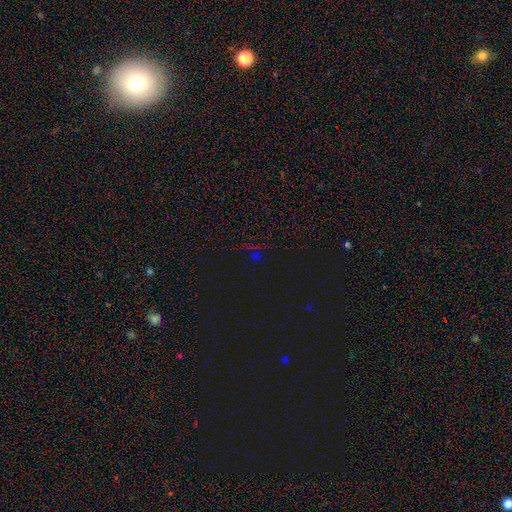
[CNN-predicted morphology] A star or artifact, not a galaxy (70%).

Vote fractions:
- Smooth or featured? star or artifact: 70% / smooth: 23% / featured or disk: 8%